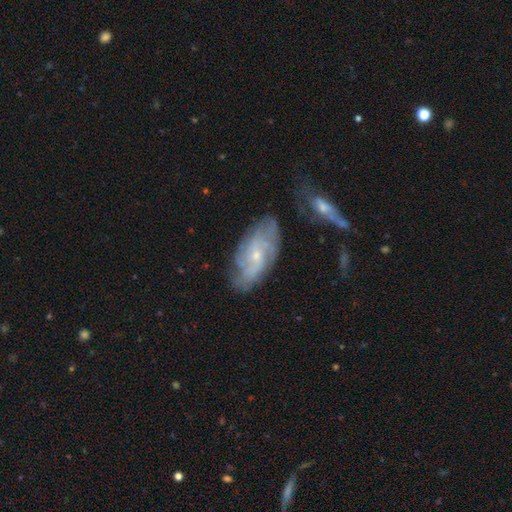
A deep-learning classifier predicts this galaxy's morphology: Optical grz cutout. It shows a featured or disk galaxy (75%) with no bar (63%), tight (43%) spiral arms (91%) and a small central bulge (73%). Merging: none (70%).